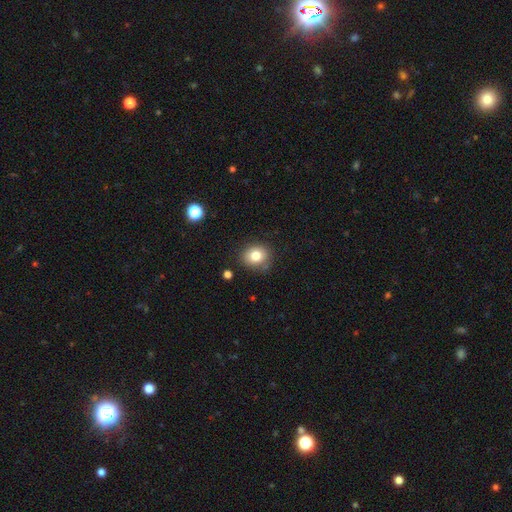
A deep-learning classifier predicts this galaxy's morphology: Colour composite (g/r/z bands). It shows a smooth galaxy with no disk features (79%) that is round (70%). Merging: none (81%).